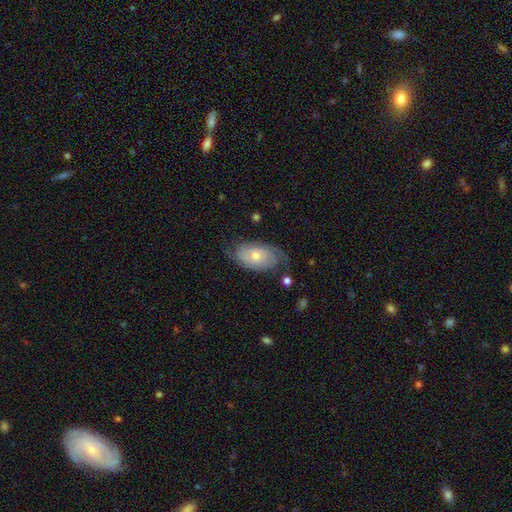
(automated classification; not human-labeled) smooth_or_featured: featured or disk (p=0.68) [alt: smooth p=0.26]
disk_edge_on: no (p=0.94) [alt: yes p=0.06]
bar: no (p=0.80) [alt: weak p=0.17]
has_spiral_arms: yes (p=0.88) [alt: no p=0.12]
spiral_winding: tight (p=0.53) [alt: medium p=0.30]
spiral_arm_count: 2 (p=0.59) [alt: can't tell p=0.25]
bulge_size: small (p=0.49) [alt: moderate p=0.46]
merging: none (p=0.65) [alt: minor disturbance p=0.22]